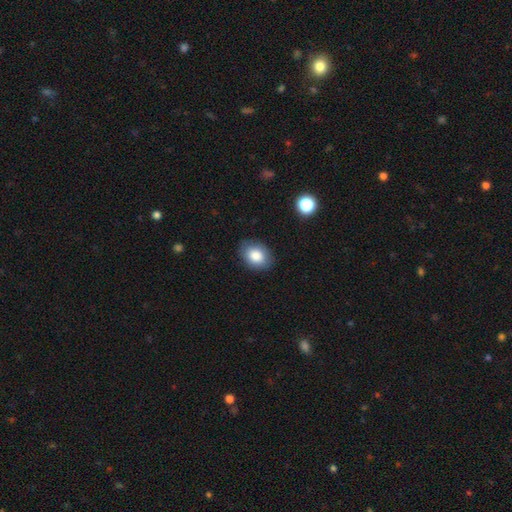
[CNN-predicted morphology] Smooth or featured?
  - smooth: 84% *
  - star or artifact: 9%
  - featured or disk: 8%
How rounded?
  - in between: 60% *
  - round: 39%
  - cigar-shaped: 1%
Merging?
  - none: 85% *
  - minor disturbance: 11%
  - major disturbance: 3%
  - merger: 1%